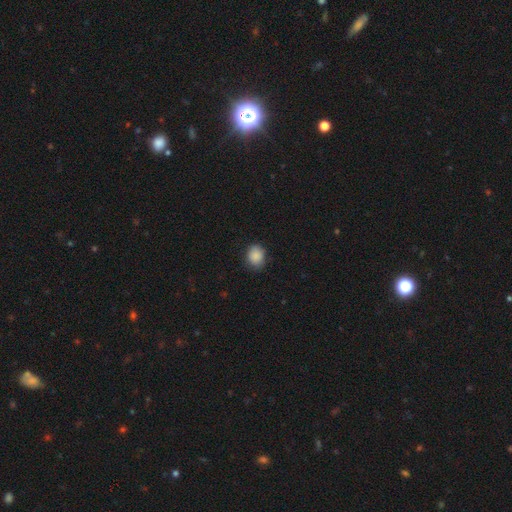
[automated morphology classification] A smooth galaxy with no disk features (88%) that is round (59%).

Vote fractions:
- Smooth or featured? smooth: 88% / star or artifact: 8% / featured or disk: 4%
- How rounded? round: 59% / in between: 40% / cigar-shaped: 1%
- Merging? none: 80% / minor disturbance: 15% / major disturbance: 3% / merger: 1%